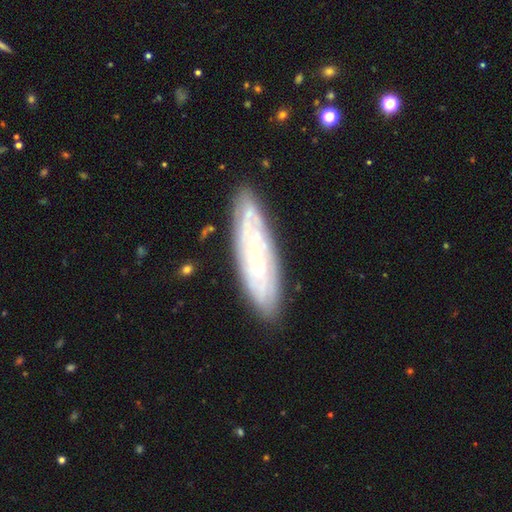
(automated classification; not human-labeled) Smooth or featured: featured or disk — 62% (smooth — 30%)
Edge-on disk: no — 69% (yes — 31%)
Merging: none — 85% (minor disturbance — 11%)